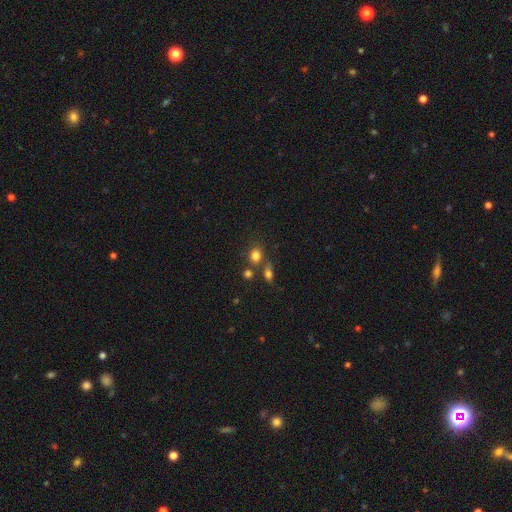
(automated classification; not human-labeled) This is likely a smooth galaxy (79%). How rounded: likely round (65%). Merging: possibly none (60%).